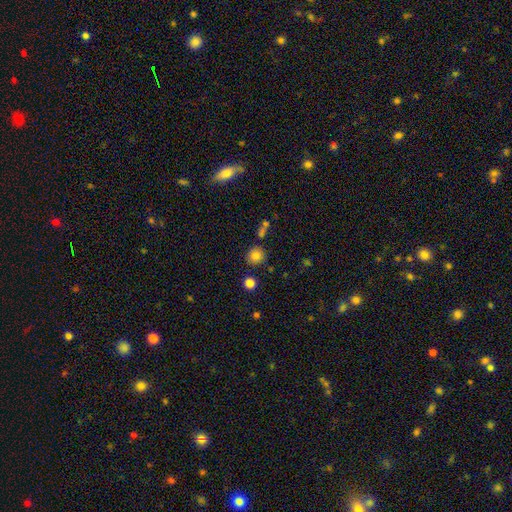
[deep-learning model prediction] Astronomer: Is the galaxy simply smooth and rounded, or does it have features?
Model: smooth — 79%.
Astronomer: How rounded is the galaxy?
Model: round — 88%.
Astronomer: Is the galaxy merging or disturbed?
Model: none — 82%.